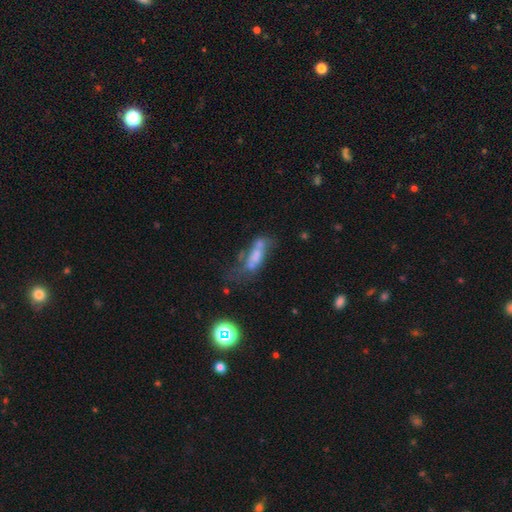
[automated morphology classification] smooth_or_featured: featured or disk (p=0.43) [alt: smooth p=0.42]
merging: major disturbance (p=0.30) [alt: merger p=0.28]